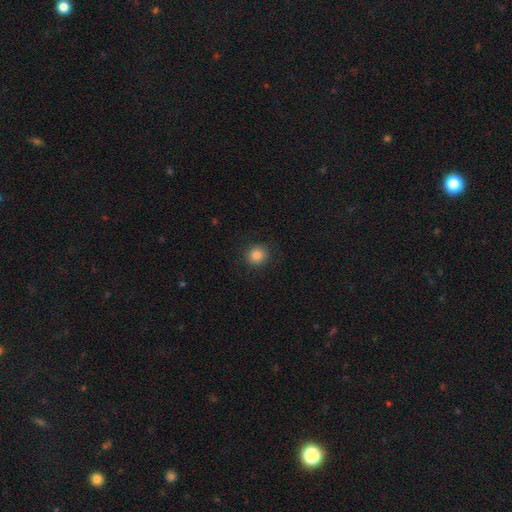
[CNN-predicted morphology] This is clearly a smooth galaxy (86%). How rounded: clearly round (80%). Merging: clearly none (88%).